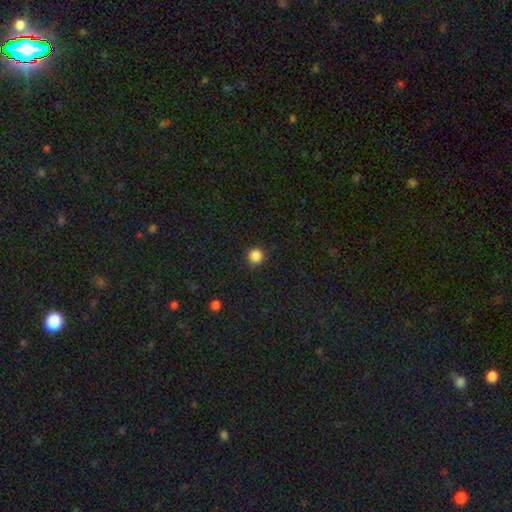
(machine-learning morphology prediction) The model was most divided on "smooth or featured": smooth: 86%, star or artifact: 11%, featured or disk: 3%. More confident: how rounded — round (93%); merging — none (88%).